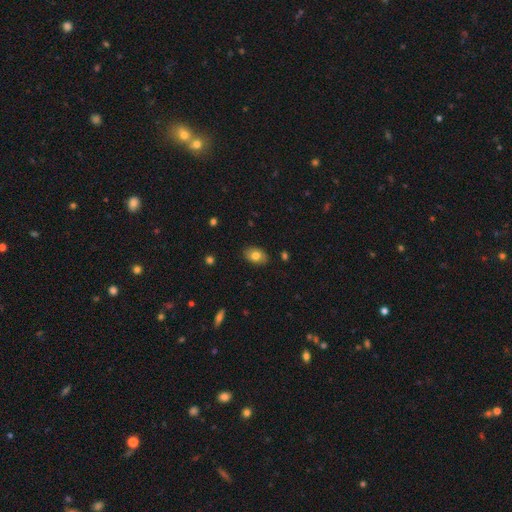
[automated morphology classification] This is likely a smooth galaxy (77%). How rounded: clearly in between (84%). Merging: clearly none (86%).